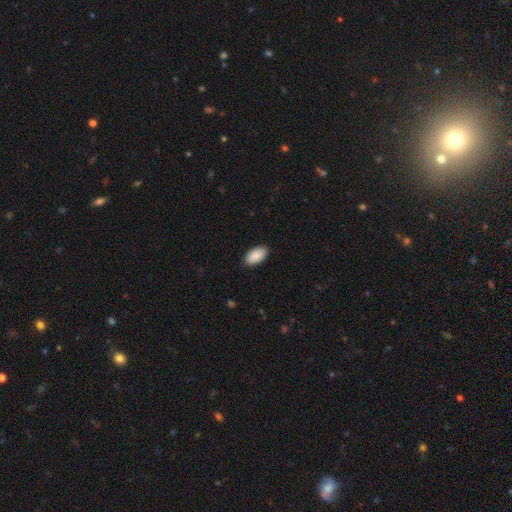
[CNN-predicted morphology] Smooth or featured: smooth — 91% (star or artifact — 6%)
How rounded: in between — 96% (round — 2%)
Merging: none — 89% (minor disturbance — 9%)